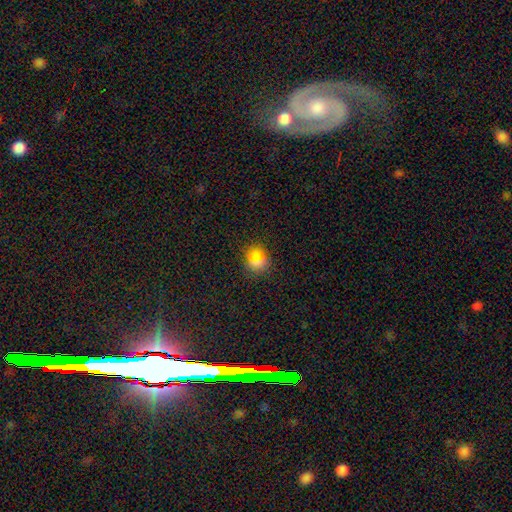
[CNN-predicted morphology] A smooth galaxy with no disk features (70%) that is round (83%). Merging: none (84%).